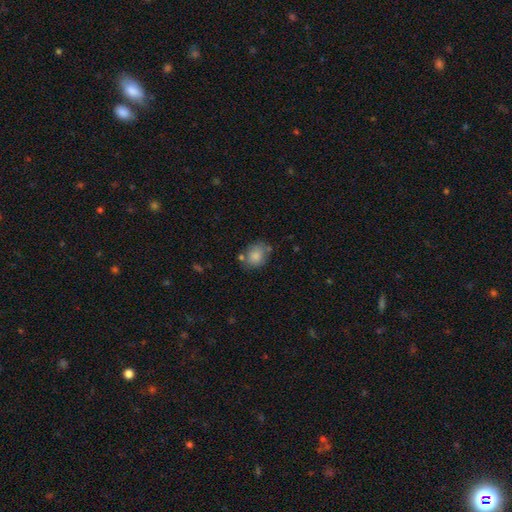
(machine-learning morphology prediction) A smooth galaxy with no disk features (82%) that is round (55%). Merging: none (62%).